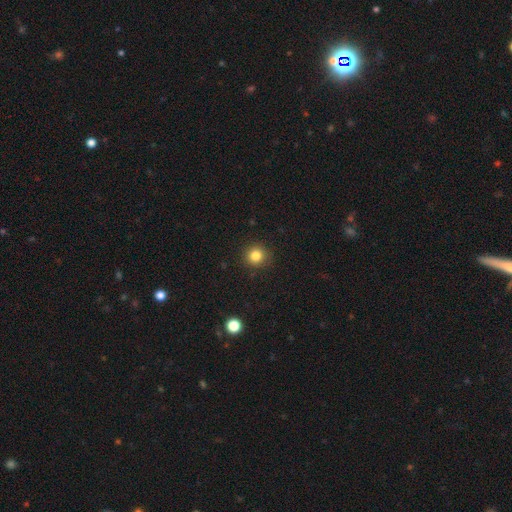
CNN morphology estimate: Smooth or featured? Predicted: smooth (p=0.82). How rounded? Predicted: round (p=0.93). Merging? Predicted: none (p=0.91).